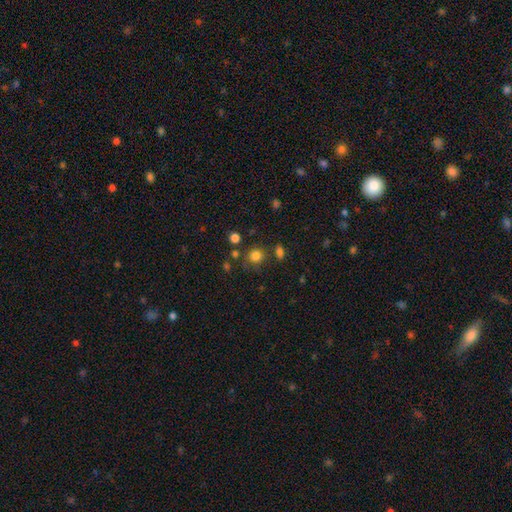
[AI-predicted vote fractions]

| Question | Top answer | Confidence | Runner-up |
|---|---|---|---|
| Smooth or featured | smooth | 80% | star or artifact (15%) |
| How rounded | round | 86% | in between (13%) |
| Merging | none | 75% | minor disturbance (12%) |